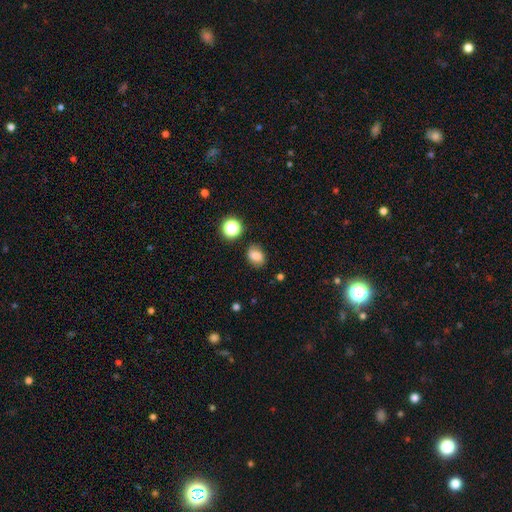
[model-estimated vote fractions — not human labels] Smooth or featured? Predicted: smooth (p=0.77). How rounded? Predicted: in between (p=0.62). Merging? Predicted: none (p=0.77).